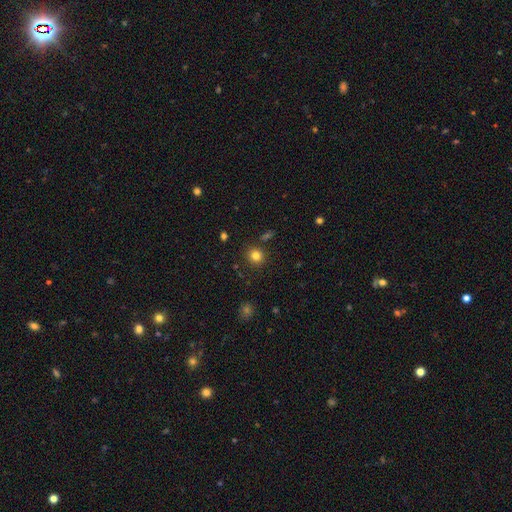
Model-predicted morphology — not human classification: The model was most divided on "smooth or featured": smooth: 81%, star or artifact: 13%, featured or disk: 6%. More confident: merging — none (86%); how rounded — round (86%).